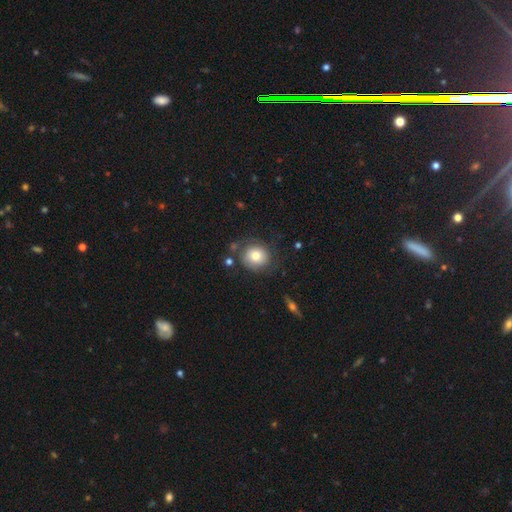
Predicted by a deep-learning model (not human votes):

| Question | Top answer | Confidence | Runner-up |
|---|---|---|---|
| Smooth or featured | smooth | 72% | featured or disk (20%) |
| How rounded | round | 83% | in between (16%) |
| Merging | none | 70% | minor disturbance (17%) |